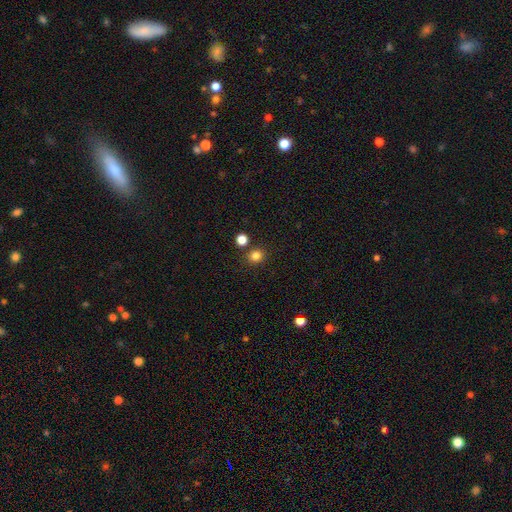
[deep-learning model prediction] Smooth or featured?
  - smooth: 82% *
  - star or artifact: 14%
  - featured or disk: 4%
How rounded?
  - round: 83% *
  - in between: 16%
  - cigar-shaped: 1%
Merging?
  - none: 82% *
  - merger: 8%
  - minor disturbance: 8%
  - major disturbance: 2%